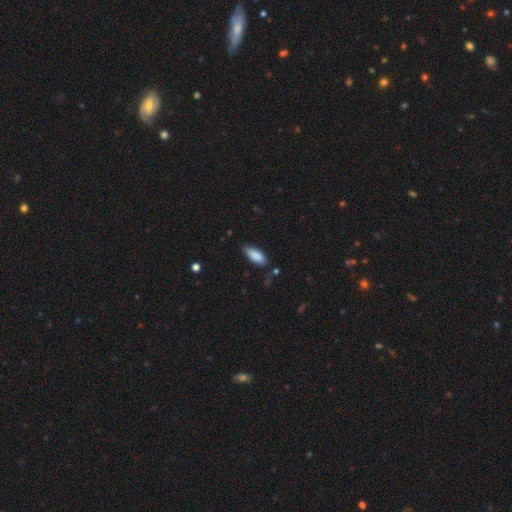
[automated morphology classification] The model was most divided on "merging": none: 74%, minor disturbance: 20%, major disturbance: 3%, merger: 2%. More confident: smooth or featured — smooth (86%); how rounded — in between (77%).